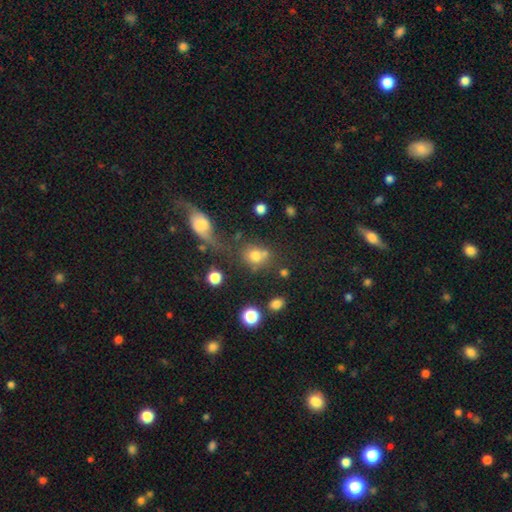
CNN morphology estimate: This appears to be a smooth galaxy with no disk features (72%) that is round (70%). Merging: none (50%).